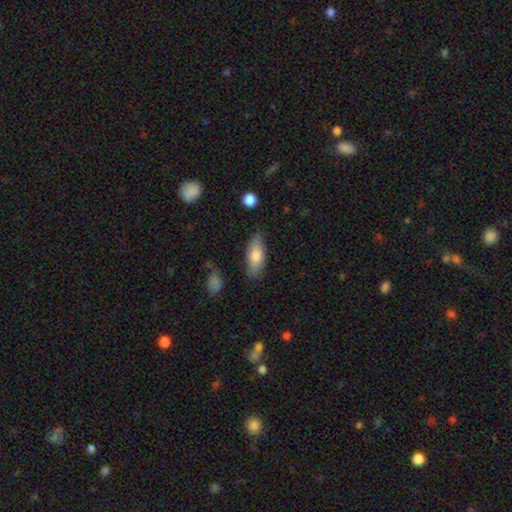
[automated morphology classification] type=smooth (76%); roundness=in between (78%); merging=none (77%).